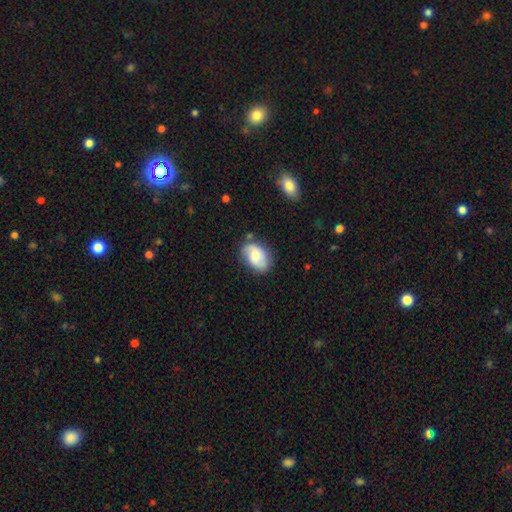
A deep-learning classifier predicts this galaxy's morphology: Smooth or featured?
  - featured or disk: 51% *
  - smooth: 42%
  - star or artifact: 7%
Edge-on disk?
  - no: 96% *
  - yes: 4%
Merging?
  - none: 74% *
  - minor disturbance: 19%
  - major disturbance: 5%
  - merger: 2%